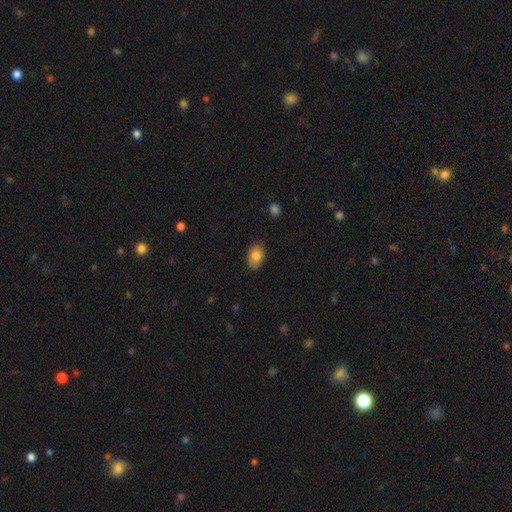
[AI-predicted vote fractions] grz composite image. It shows a smooth galaxy with no disk features (85%) that is in between round and cigar-shaped (87%). Merging: none (83%).